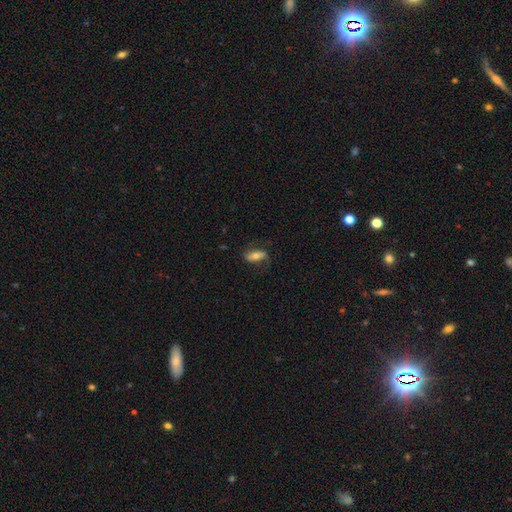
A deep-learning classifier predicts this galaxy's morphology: This is possibly a smooth galaxy (50%). How rounded: likely in between (75%). Merging: likely none (66%).